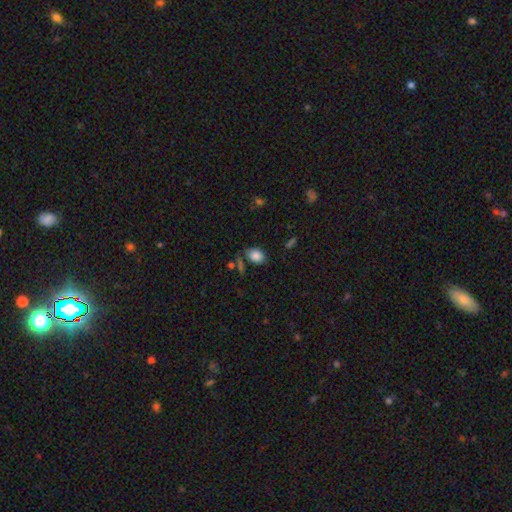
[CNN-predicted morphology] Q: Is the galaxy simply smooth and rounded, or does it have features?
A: smooth — 85%.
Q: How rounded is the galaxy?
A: in between — 78%.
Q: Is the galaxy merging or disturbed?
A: none — 72%.